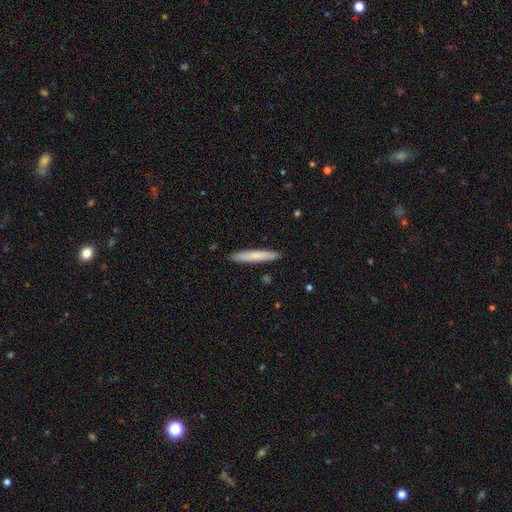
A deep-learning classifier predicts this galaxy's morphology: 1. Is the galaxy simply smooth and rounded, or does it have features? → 76% smooth, 19% featured or disk, 6% star or artifact.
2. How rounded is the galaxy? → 94% cigar-shaped, 5% in between, 1% round.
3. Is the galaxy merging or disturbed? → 90% none, 7% minor disturbance, 1% major disturbance, 1% merger.